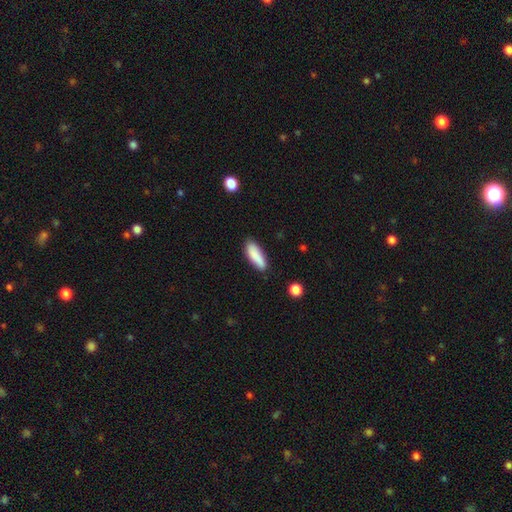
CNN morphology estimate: Smooth or featured: smooth — 86% (featured or disk — 7%)
How rounded: in between — 55% (cigar-shaped — 44%)
Merging: none — 80% (minor disturbance — 15%)